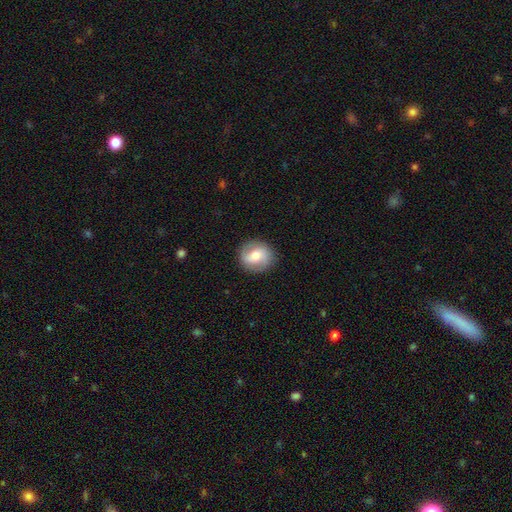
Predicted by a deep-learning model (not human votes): Q: Smooth or featured?
A: smooth (53%); runner-up: featured or disk (40%)
Q: How rounded?
A: round (80%); runner-up: in between (18%)
Q: Merging?
A: none (87%); runner-up: minor disturbance (9%)